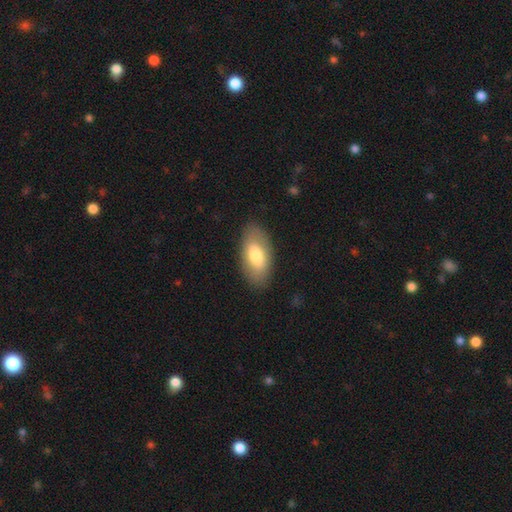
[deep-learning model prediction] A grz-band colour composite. It shows a smooth galaxy with no disk features (72%) that is in between round and cigar-shaped (93%). Merging: none (85%).